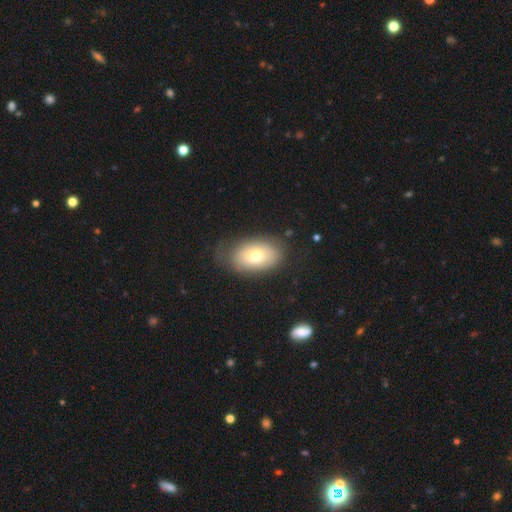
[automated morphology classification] A smooth galaxy with no disk features (71%) that is in between round and cigar-shaped (87%).

Vote fractions:
- Smooth or featured? smooth: 71% / featured or disk: 21% / star or artifact: 8%
- How rounded? in between: 87% / round: 12% / cigar-shaped: 1%
- Merging? none: 72% / minor disturbance: 19% / major disturbance: 7% / merger: 2%